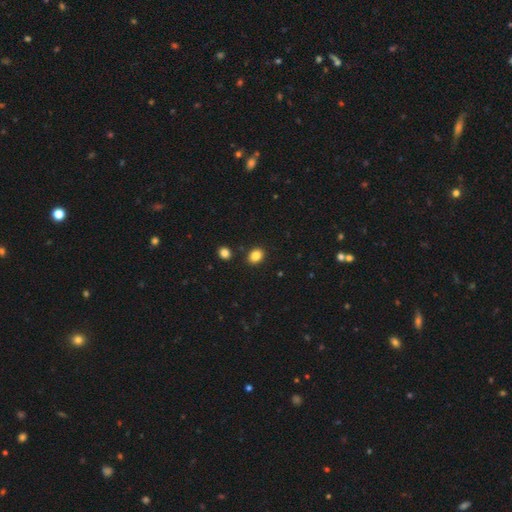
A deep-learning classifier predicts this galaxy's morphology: A smooth galaxy with no disk features (86%) that is in between round and cigar-shaped (58%).

Vote fractions:
- Smooth or featured? smooth: 86% / star or artifact: 10% / featured or disk: 4%
- How rounded? in between: 58% / round: 41% / cigar-shaped: 1%
- Merging? none: 86% / minor disturbance: 8% / merger: 4% / major disturbance: 2%